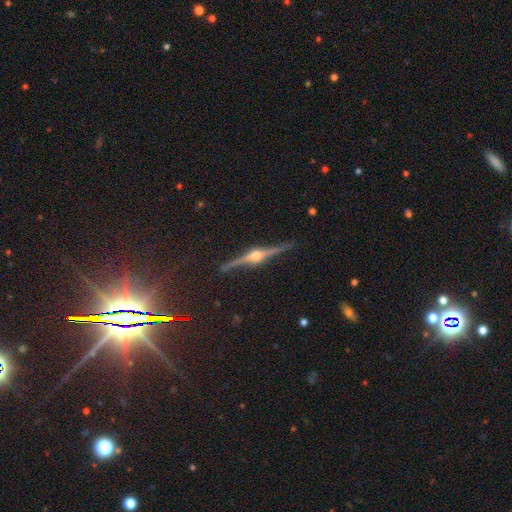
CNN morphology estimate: featured or disk 88%, star or artifact 7%, smooth 5%. Down the decision tree: edge-on disk — yes (98%); edge-on bulge — rounded (94%); merging — none (89%).